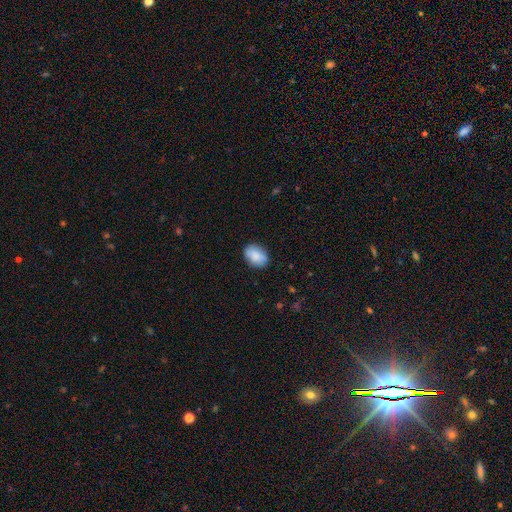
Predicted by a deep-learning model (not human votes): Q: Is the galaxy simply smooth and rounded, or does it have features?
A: smooth — 86%.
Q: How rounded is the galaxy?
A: in between — 83%.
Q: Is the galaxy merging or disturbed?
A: none — 84%.